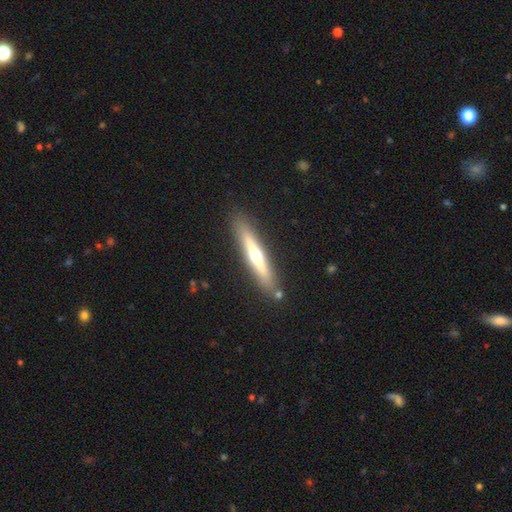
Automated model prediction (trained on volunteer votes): smooth_or_featured: featured or disk (p=0.56) [alt: smooth p=0.39]
disk_edge_on: yes (p=0.93) [alt: no p=0.07]
edge_on_bulge: rounded (p=0.84) [alt: none p=0.12]
merging: none (p=0.87) [alt: minor disturbance p=0.08]